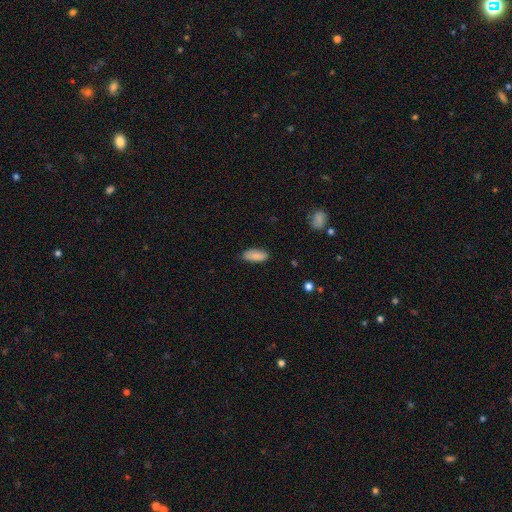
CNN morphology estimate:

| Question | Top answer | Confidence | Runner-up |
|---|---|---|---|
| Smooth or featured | smooth | 87% | featured or disk (7%) |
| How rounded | in between | 85% | cigar-shaped (13%) |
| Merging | none | 84% | minor disturbance (13%) |